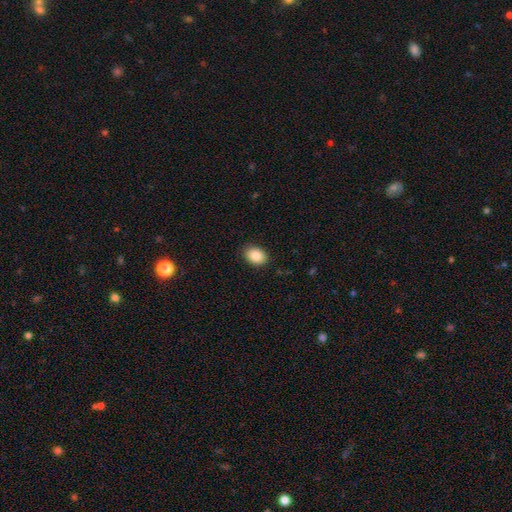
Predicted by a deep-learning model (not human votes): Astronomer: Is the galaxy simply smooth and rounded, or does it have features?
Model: smooth — 88%.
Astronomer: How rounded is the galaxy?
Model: in between — 76%.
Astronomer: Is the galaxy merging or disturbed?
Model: none — 89%.